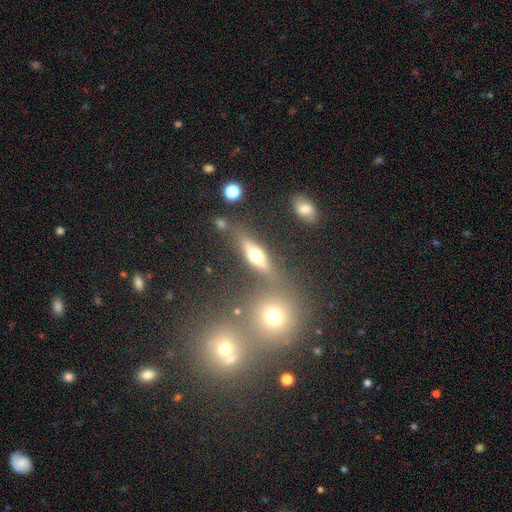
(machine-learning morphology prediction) smooth-or-featured: featured or disk: 45% | smooth: 44% | star or artifact: 11%
  merging: none: 71% | minor disturbance: 12% | merger: 12% | major disturbance: 5%